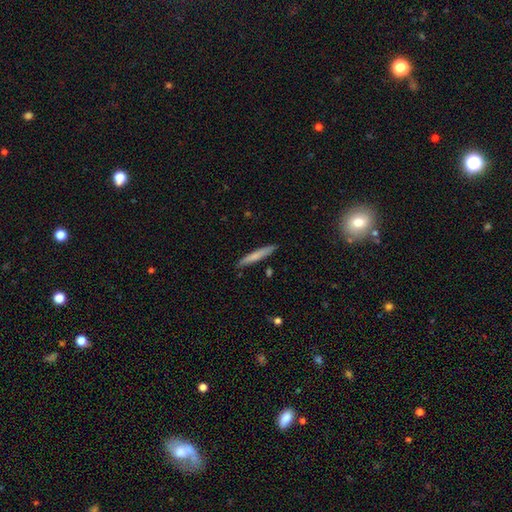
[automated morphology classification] Smooth or featured: smooth — 70% (featured or disk — 24%)
How rounded: cigar-shaped — 95% (in between — 4%)
Merging: none — 88% (minor disturbance — 9%)